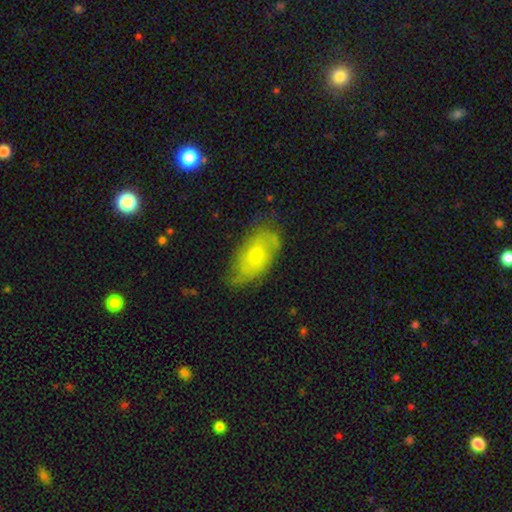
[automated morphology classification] Smooth or featured? Predicted: featured or disk (p=0.56). Edge-on disk? Predicted: no (p=0.93). Bar? Predicted: no (p=0.77). Spiral arms? Predicted: yes (p=0.80). Bulge size? Predicted: small (p=0.58). Merging? Predicted: none (p=0.66).